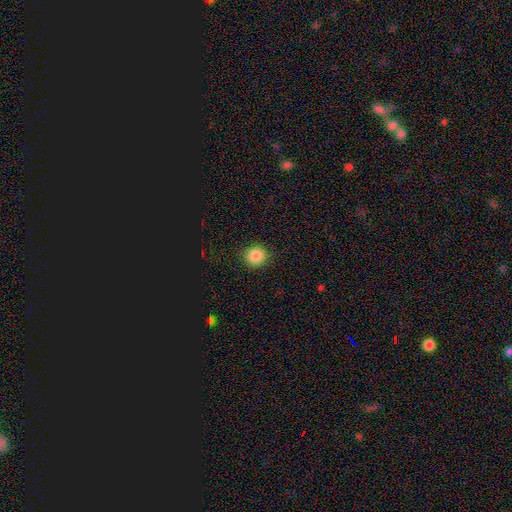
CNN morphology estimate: The model was most divided on "smooth or featured": smooth: 85%, star or artifact: 10%, featured or disk: 4%. More confident: how rounded — round (90%); merging — none (90%).